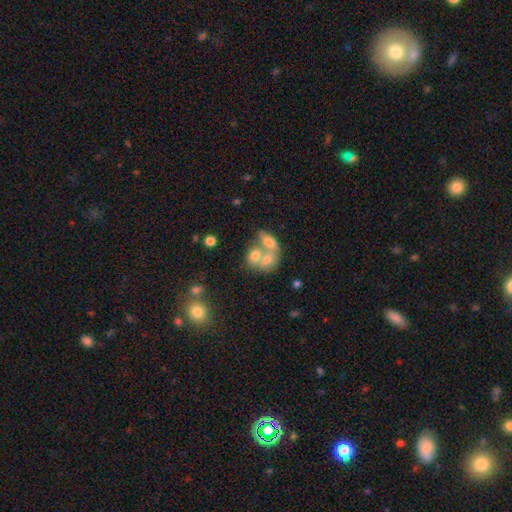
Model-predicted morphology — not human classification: Overall: smooth (62%; featured or disk 27%). How rounded: in between (62%; round 36%). Merging: merger (68%).